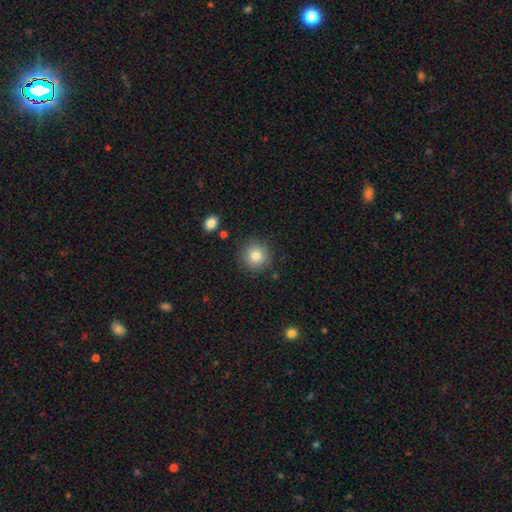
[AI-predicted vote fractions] Morphology: type=smooth (82%); roundness=round (93%); merging=none (88%).